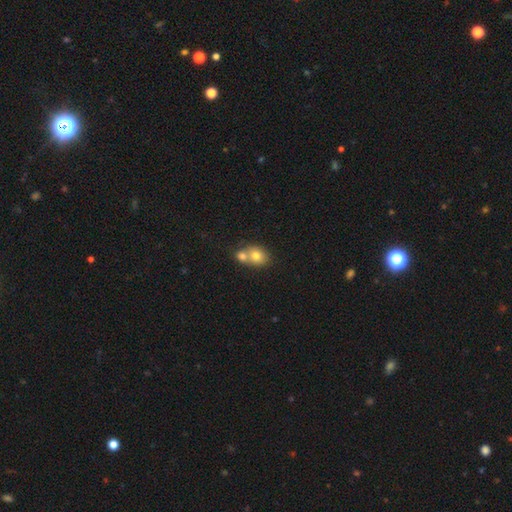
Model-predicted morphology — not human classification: smooth 75%, featured or disk 15%, star or artifact 10%. Down the decision tree: how rounded — round (56%); merging — merger (60%).